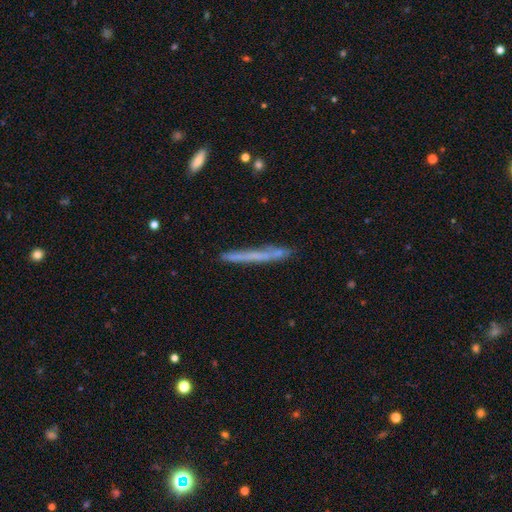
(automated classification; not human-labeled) Smooth or featured: smooth — 53% (featured or disk — 39%)
How rounded: cigar-shaped — 97% (in between — 2%)
Merging: none — 84% (minor disturbance — 12%)